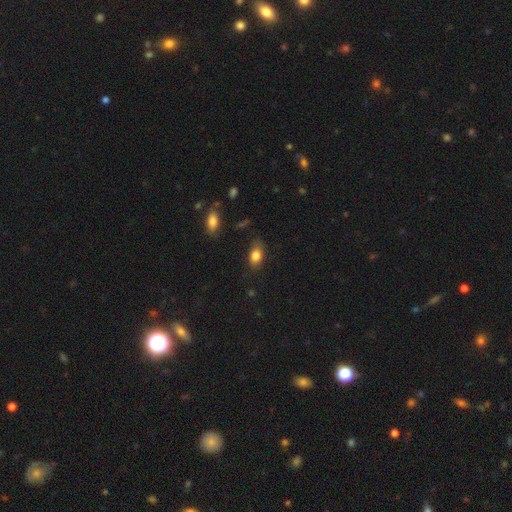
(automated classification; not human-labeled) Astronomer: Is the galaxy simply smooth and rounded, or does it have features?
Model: smooth — 83%.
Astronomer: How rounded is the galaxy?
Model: in between — 81%.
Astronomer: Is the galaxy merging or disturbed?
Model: none — 70%.